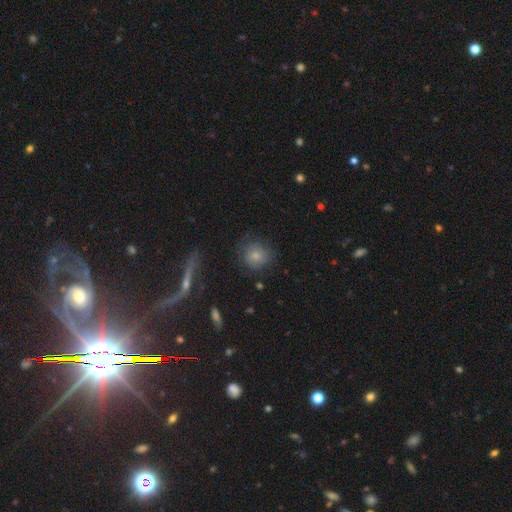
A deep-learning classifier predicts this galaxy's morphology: smooth_or_featured: smooth (p=0.76) [alt: featured or disk p=0.13]
how_rounded: round (p=0.88) [alt: in between p=0.11]
merging: none (p=0.73) [alt: minor disturbance p=0.17]